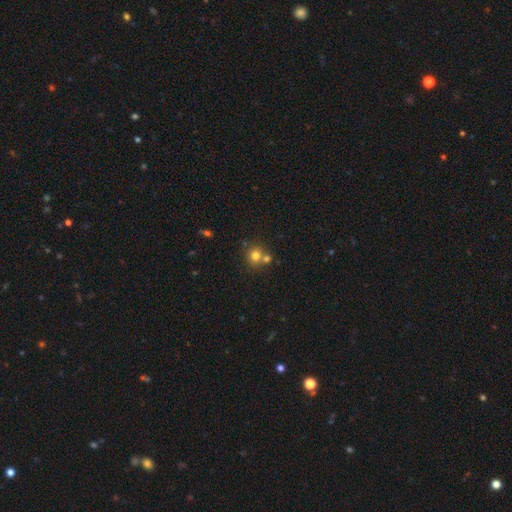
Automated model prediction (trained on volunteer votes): The model was most divided on "merging": none: 56%, merger: 34%, minor disturbance: 7%, major disturbance: 3%. More confident: how rounded — round (87%); smooth or featured — smooth (77%).